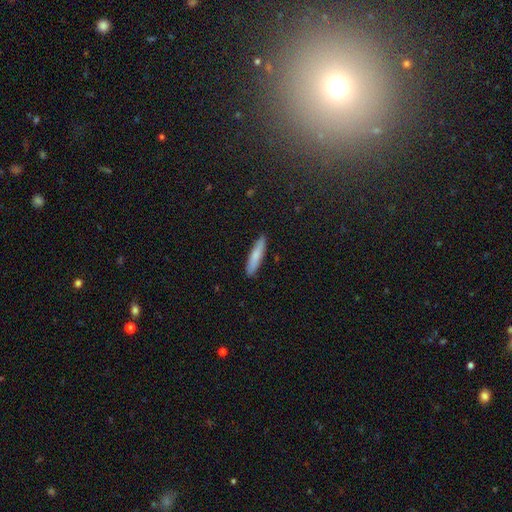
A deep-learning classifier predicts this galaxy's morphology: smooth 78%, featured or disk 16%, star or artifact 6%. Down the decision tree: how rounded — cigar-shaped (85%); merging — none (90%).